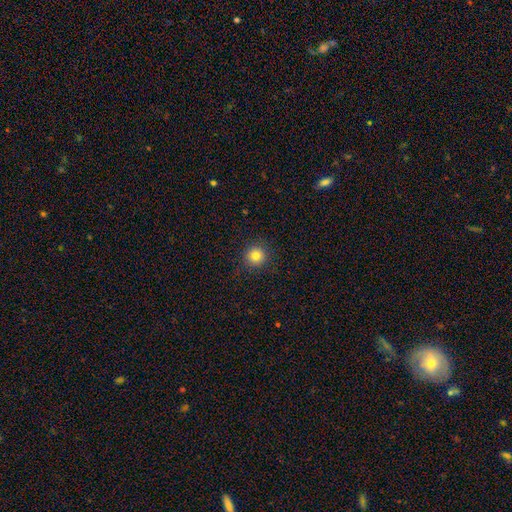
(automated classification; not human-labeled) Smooth or featured: smooth — 82% (star or artifact — 12%)
How rounded: round — 94% (in between — 5%)
Merging: none — 91% (minor disturbance — 6%)